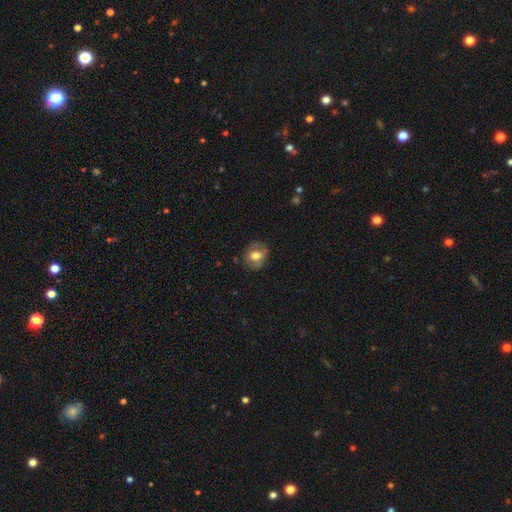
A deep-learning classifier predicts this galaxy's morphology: A smooth galaxy with no disk features (61%) that is round (58%).

Vote fractions:
- Smooth or featured? smooth: 61% / featured or disk: 31% / star or artifact: 8%
- How rounded? round: 58% / in between: 41% / cigar-shaped: 1%
- Merging? none: 72% / minor disturbance: 19% / major disturbance: 7% / merger: 1%